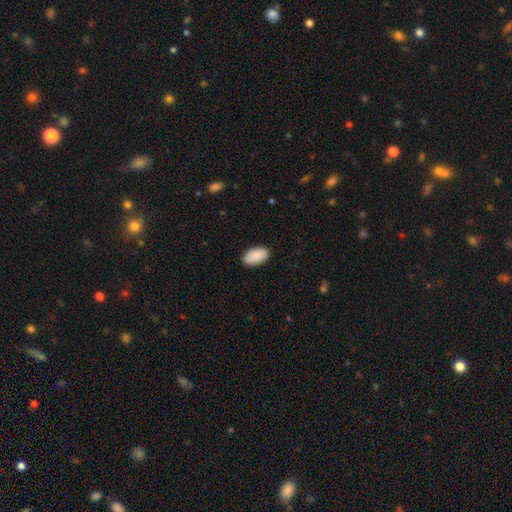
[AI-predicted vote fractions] A smooth galaxy with no disk features (91%) that is in between round and cigar-shaped (96%).

Vote fractions:
- Smooth or featured? smooth: 91% / star or artifact: 6% / featured or disk: 3%
- How rounded? in between: 96% / round: 3% / cigar-shaped: 2%
- Merging? none: 89% / minor disturbance: 8% / major disturbance: 2% / merger: 1%